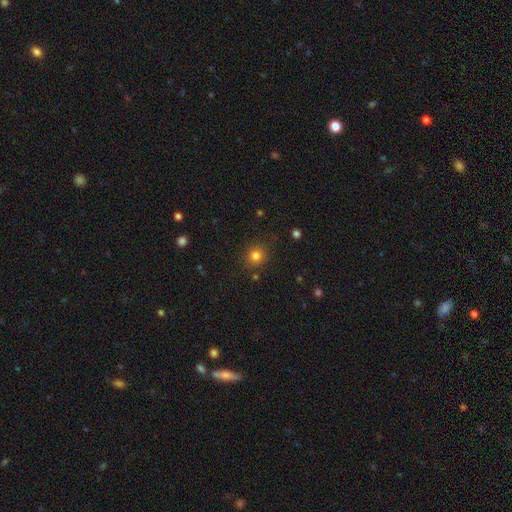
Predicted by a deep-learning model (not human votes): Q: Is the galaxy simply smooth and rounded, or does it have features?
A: smooth — 81%.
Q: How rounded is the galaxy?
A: round — 88%.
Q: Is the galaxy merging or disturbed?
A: none — 85%.